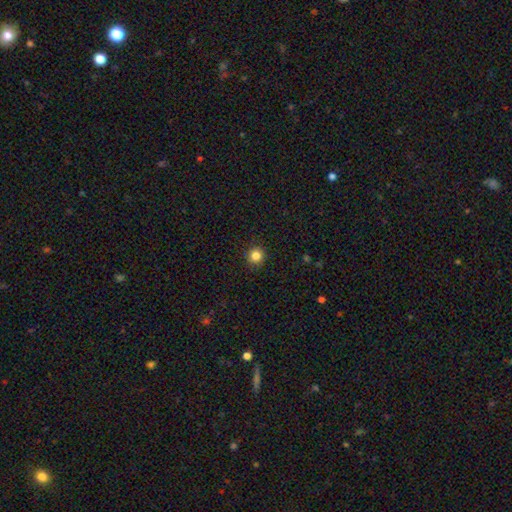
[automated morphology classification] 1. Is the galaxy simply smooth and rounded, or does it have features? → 84% smooth, 12% star or artifact, 4% featured or disk.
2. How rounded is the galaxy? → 93% round, 6% in between, 1% cigar-shaped.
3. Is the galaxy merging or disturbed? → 92% none, 6% minor disturbance, 2% major disturbance, 1% merger.